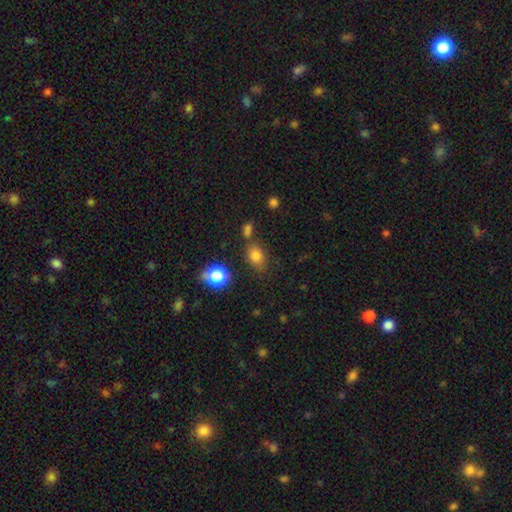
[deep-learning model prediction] Morphology: type=smooth (77%); roundness=in between (66%); merging=none (71%).